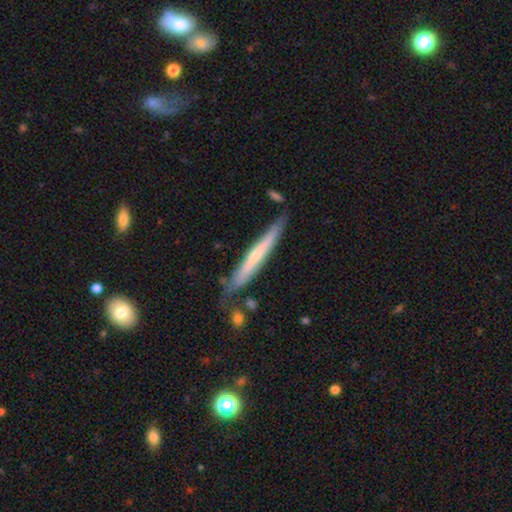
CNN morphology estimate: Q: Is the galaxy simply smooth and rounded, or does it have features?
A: featured or disk — 54%.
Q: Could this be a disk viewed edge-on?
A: yes — 91%.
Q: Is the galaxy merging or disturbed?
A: none — 73%.